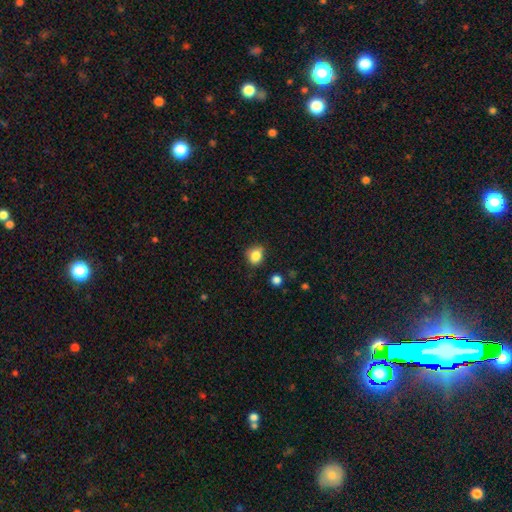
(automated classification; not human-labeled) The model was most divided on "how rounded": round: 65%, in between: 34%, cigar-shaped: 1%. More confident: smooth or featured — smooth (84%); merging — none (74%).